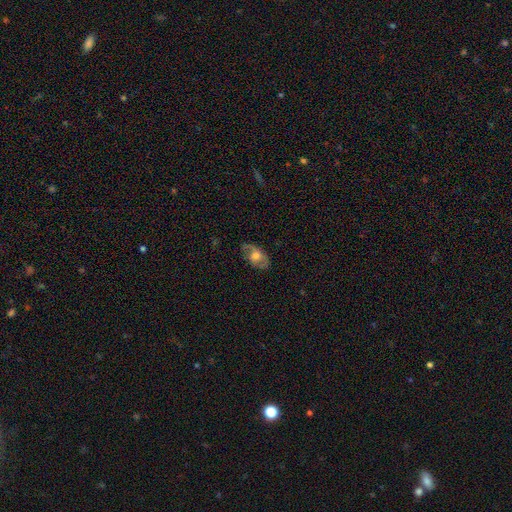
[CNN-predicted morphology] Smooth or featured? featured or disk (57%)
Edge-on disk? no (90%)
Bar? no (72%)
Spiral arms? yes (67%)
Bulge size? moderate (60%)
Merging? none (69%)